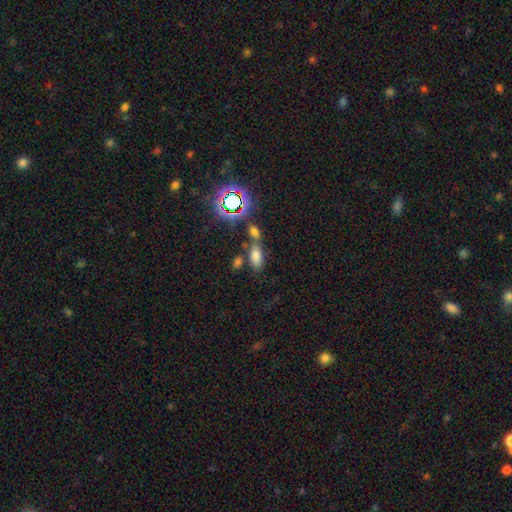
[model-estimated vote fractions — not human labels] smooth_or_featured: smooth (p=0.69) [alt: star or artifact p=0.20]
how_rounded: in between (p=0.86) [alt: cigar-shaped p=0.08]
merging: none (p=0.51) [alt: merger p=0.30]